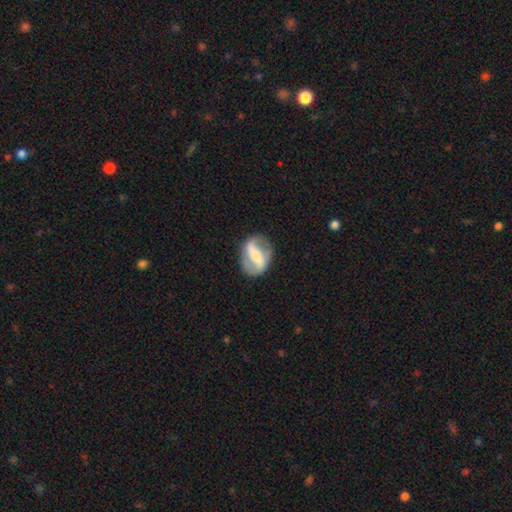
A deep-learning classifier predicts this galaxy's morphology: Smooth or featured? Predicted: featured or disk (p=0.69). Edge-on disk? Predicted: no (p=0.92). Bar? Predicted: strong (p=0.75). Spiral arms? Predicted: yes (p=0.55). Bulge size? Predicted: small (p=0.34). Merging? Predicted: none (p=0.74).